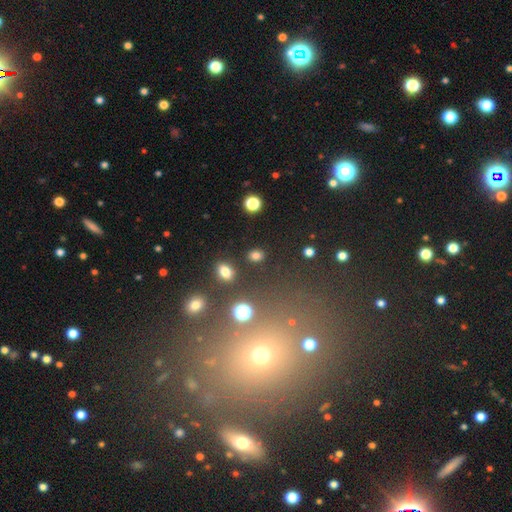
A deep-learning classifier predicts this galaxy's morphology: Smooth or featured?
  - smooth: 78% *
  - star or artifact: 16%
  - featured or disk: 6%
How rounded?
  - in between: 62% *
  - round: 36%
  - cigar-shaped: 2%
Merging?
  - none: 83% *
  - minor disturbance: 9%
  - merger: 4%
  - major disturbance: 4%